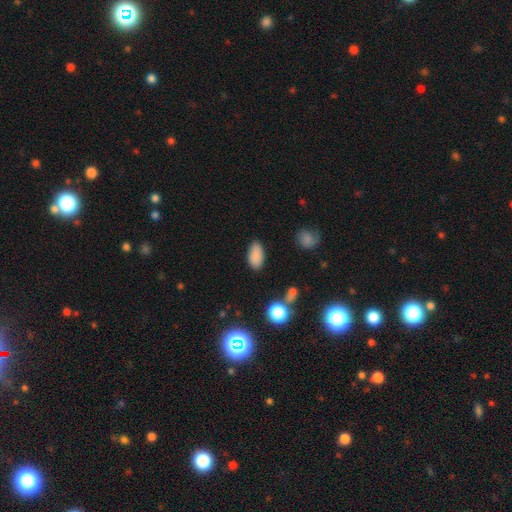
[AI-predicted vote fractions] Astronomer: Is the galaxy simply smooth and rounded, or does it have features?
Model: smooth — 86%.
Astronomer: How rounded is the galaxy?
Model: in between — 93%.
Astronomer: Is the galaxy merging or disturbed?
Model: none — 85%.